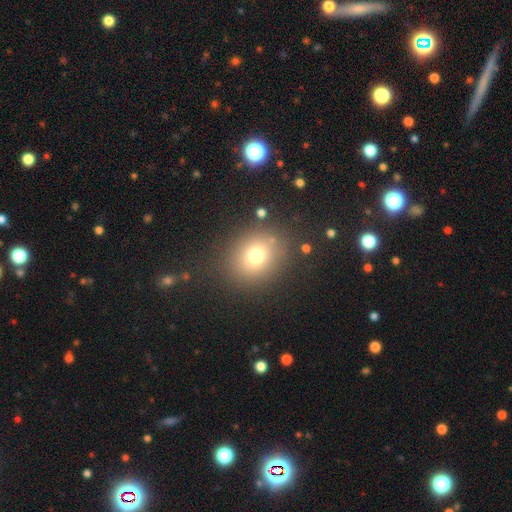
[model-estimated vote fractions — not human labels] The model was most divided on "how rounded": round: 70%, in between: 29%, cigar-shaped: 1%. More confident: merging — none (84%); smooth or featured — smooth (73%).